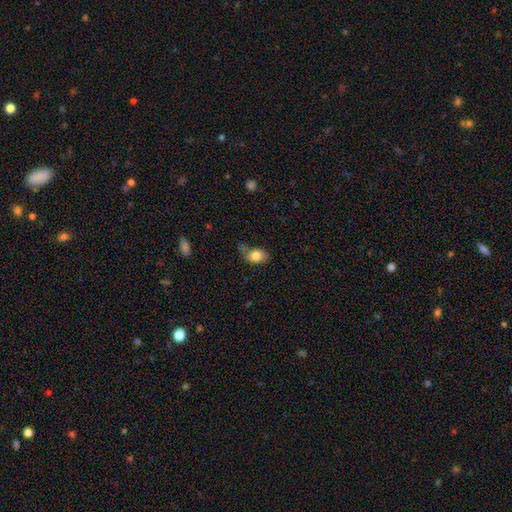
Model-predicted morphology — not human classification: type=smooth (81%); roundness=in between (79%); merging=none (48%).